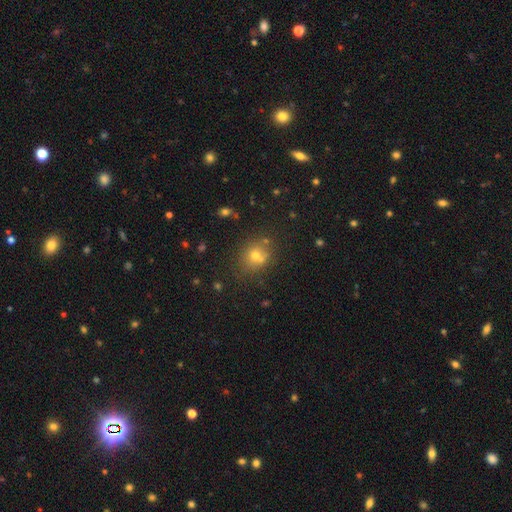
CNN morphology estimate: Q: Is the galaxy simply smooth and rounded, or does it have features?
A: smooth — 63%.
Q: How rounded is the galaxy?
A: round — 72%.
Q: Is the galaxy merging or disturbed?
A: none — 63%.